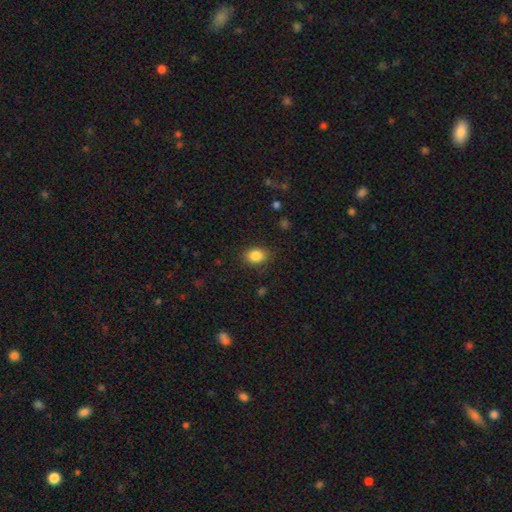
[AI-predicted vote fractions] A smooth galaxy with no disk features (85%) that is in between round and cigar-shaped (64%). Merging: none (84%).